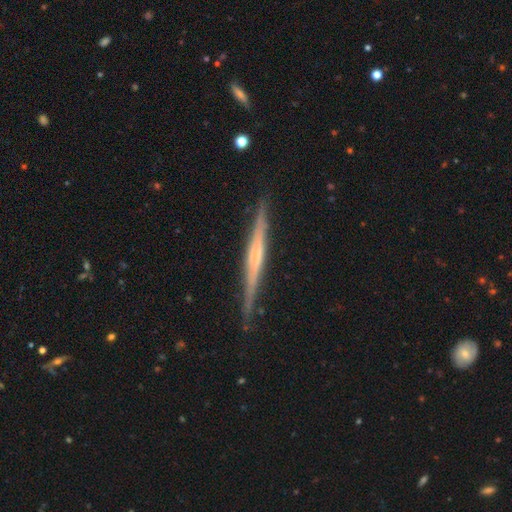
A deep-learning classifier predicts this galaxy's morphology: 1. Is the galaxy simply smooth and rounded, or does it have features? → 74% featured or disk, 21% smooth, 6% star or artifact.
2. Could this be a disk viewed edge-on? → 98% yes, 2% no.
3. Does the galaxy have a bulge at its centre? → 49% none, 35% rounded, 16% boxy.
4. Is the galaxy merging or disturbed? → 87% none, 10% minor disturbance, 2% major disturbance, 1% merger.